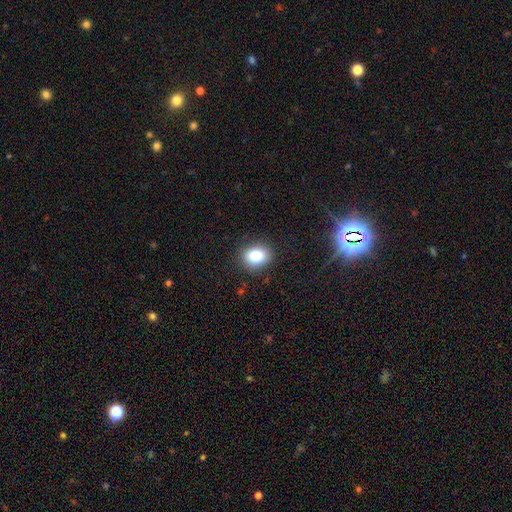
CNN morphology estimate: A smooth galaxy with no disk features (86%) that is in between round and cigar-shaped (59%). Merging: none (85%).